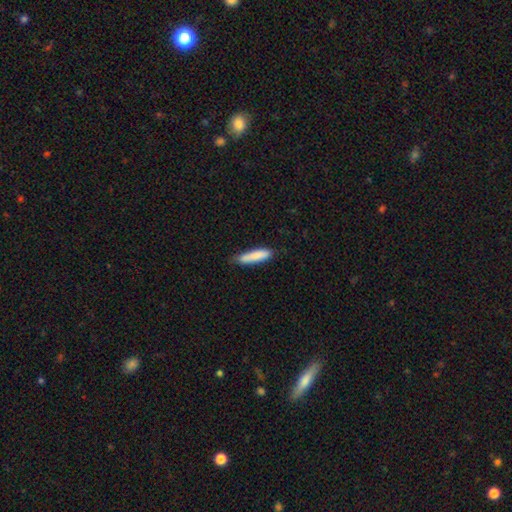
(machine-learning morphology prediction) A smooth galaxy with no disk features (84%) that is cigar-shaped (81%). Merging: none (72%).